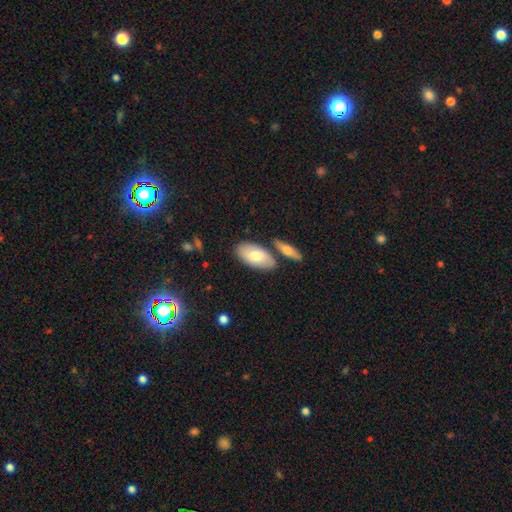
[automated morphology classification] smooth_or_featured: smooth (p=0.71) [alt: featured or disk p=0.23]
how_rounded: in between (p=0.93) [alt: cigar-shaped p=0.05]
merging: none (p=0.72) [alt: merger p=0.14]